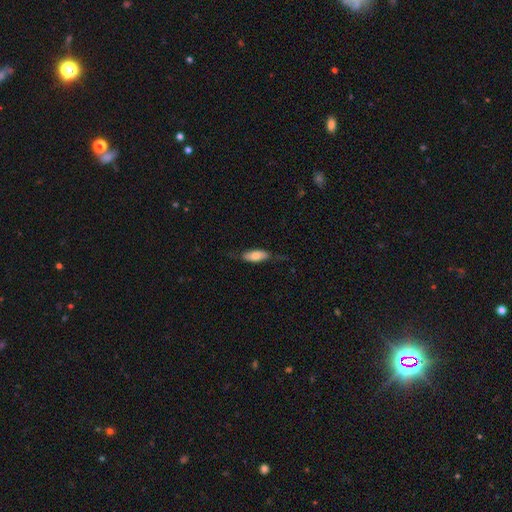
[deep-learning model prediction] Smooth or featured? smooth (66%)
How rounded? in between (75%)
Merging? none (64%)